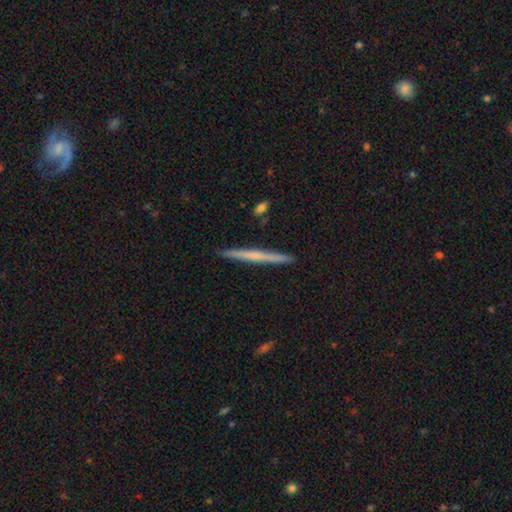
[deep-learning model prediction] smooth-or-featured: featured or disk: 51% | smooth: 44% | star or artifact: 5%
  disk-edge-on: yes: 98% | no: 2%
  merging: none: 92% | minor disturbance: 6% | merger: 1% | major disturbance: 1%